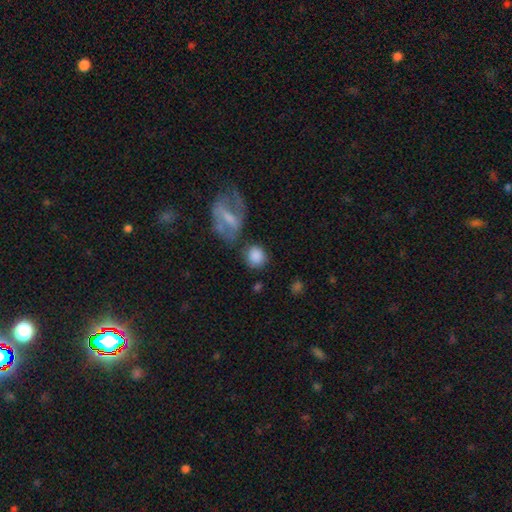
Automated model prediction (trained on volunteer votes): This is clearly a smooth galaxy (83%). How rounded: likely round (80%). Merging: likely none (62%).